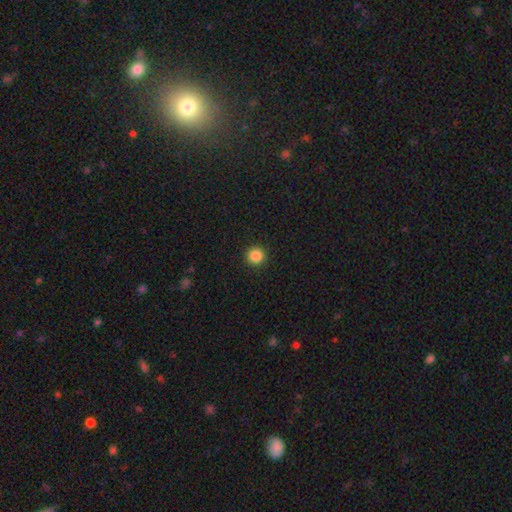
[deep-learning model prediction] Q: Smooth or featured?
A: smooth (86%); runner-up: star or artifact (11%)
Q: How rounded?
A: round (95%); runner-up: in between (4%)
Q: Merging?
A: none (93%); runner-up: minor disturbance (4%)